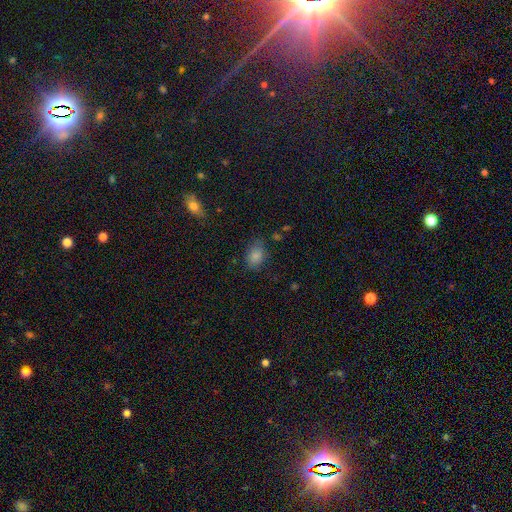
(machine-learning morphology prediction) Smooth or featured: smooth — 84% (star or artifact — 10%)
How rounded: in between — 80% (round — 19%)
Merging: none — 74% (minor disturbance — 19%)